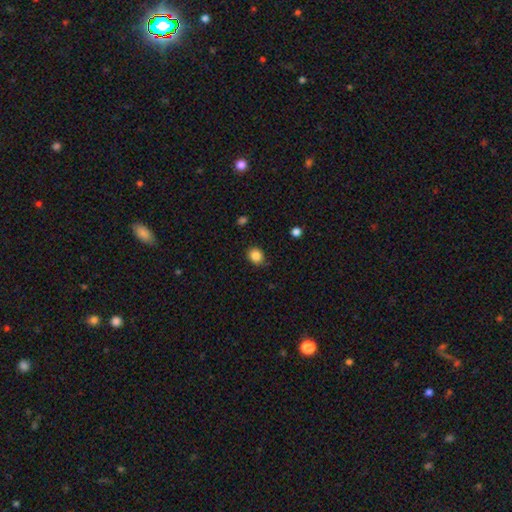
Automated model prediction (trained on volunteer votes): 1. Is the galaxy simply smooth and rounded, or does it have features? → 86% smooth, 10% star or artifact, 4% featured or disk.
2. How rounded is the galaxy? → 74% round, 25% in between, 1% cigar-shaped.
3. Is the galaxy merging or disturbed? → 82% none, 14% minor disturbance, 3% major disturbance, 1% merger.